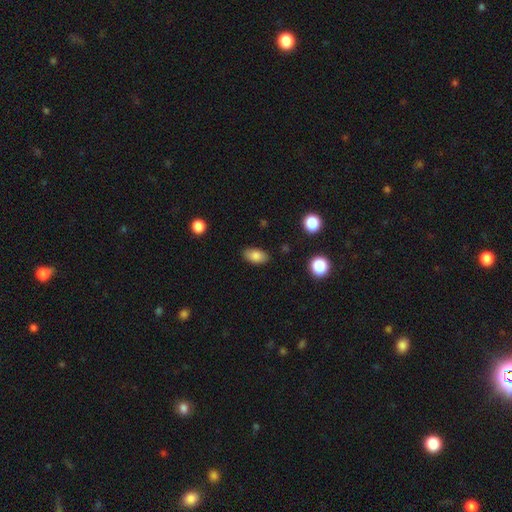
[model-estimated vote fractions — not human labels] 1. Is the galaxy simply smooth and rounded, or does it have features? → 83% smooth, 9% star or artifact, 8% featured or disk.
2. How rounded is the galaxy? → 91% in between, 6% round, 3% cigar-shaped.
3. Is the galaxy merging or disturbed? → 86% none, 10% minor disturbance, 2% major disturbance, 1% merger.